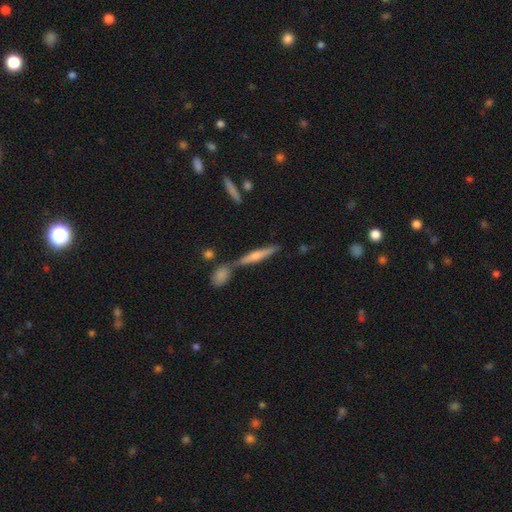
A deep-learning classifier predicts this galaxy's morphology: This appears to be a featured or disk galaxy (61%) viewed edge-on (95%) with a rounded central bulge (77%). Merging: none (69%).